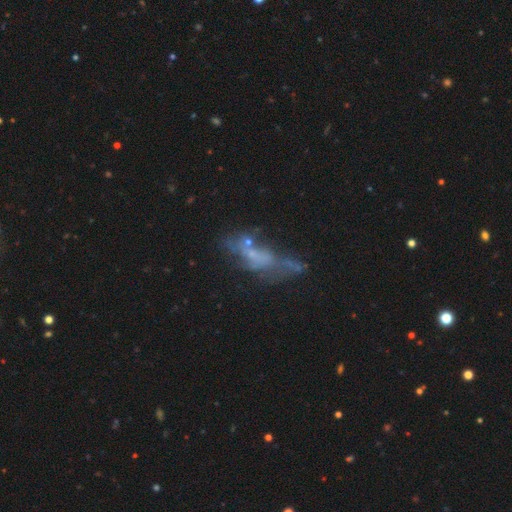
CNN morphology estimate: The model was most divided on "merging": none: 31%, major disturbance: 28%, merger: 22%, minor disturbance: 18%. More confident: edge-on disk — no (84%); smooth or featured — featured or disk (53%).